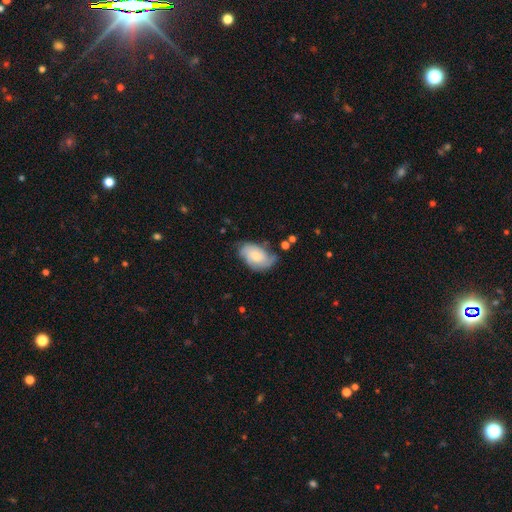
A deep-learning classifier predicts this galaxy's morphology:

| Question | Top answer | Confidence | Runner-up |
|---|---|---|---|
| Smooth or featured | featured or disk | 49% | smooth (44%) |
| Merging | none | 54% | minor disturbance (32%) |